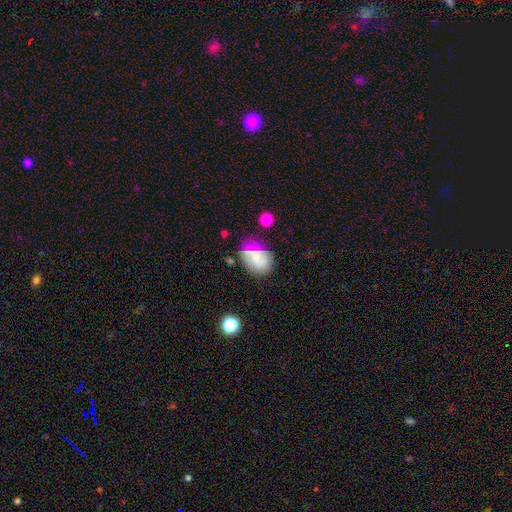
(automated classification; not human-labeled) smooth-or-featured: smooth: 46% | featured or disk: 43% | star or artifact: 11%
  merging: none: 62% | minor disturbance: 23% | major disturbance: 8% | merger: 7%